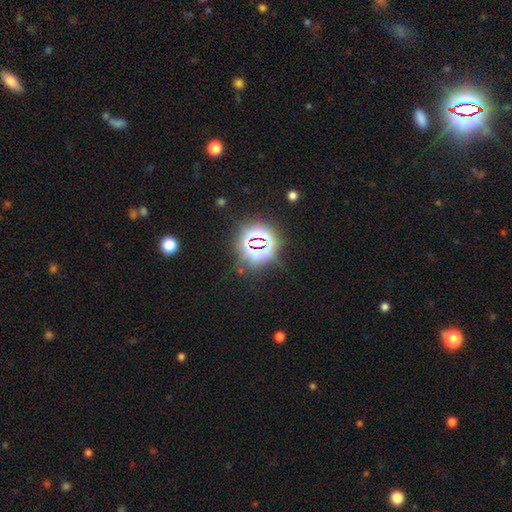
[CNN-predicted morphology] The model was most divided on "smooth or featured": star or artifact: 84%, smooth: 10%, featured or disk: 6%.